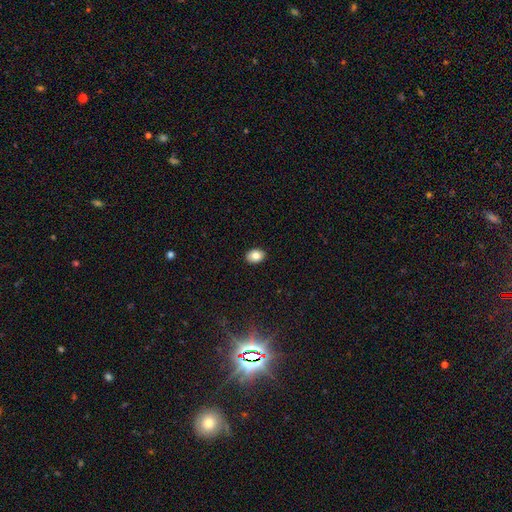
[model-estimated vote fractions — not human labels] This is clearly a smooth galaxy (81%). How rounded: likely in between (72%). Merging: clearly none (90%).